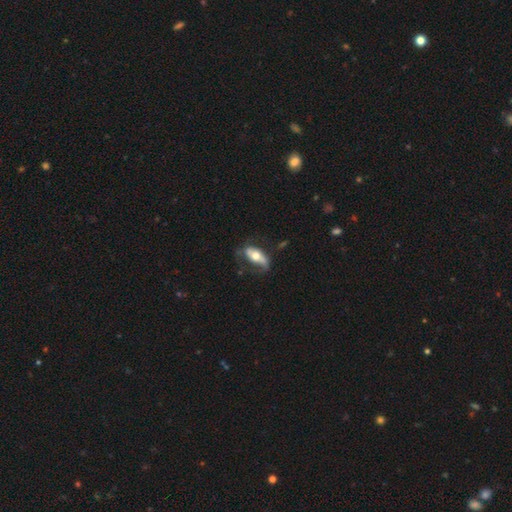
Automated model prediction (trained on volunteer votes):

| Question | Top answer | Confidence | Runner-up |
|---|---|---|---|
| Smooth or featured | featured or disk | 51% | smooth (43%) |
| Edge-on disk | no | 78% | yes (22%) |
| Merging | none | 48% | minor disturbance (27%) |